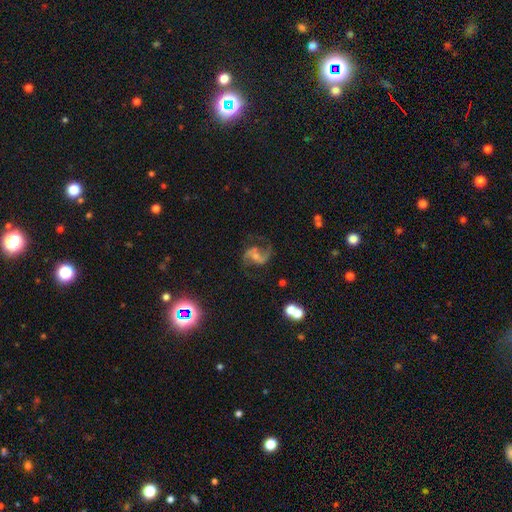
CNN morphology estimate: featured or disk 85%, star or artifact 8%, smooth 7%. Down the decision tree: edge-on disk — no (98%); bar — weak (41%); spiral arms — yes (95%); spiral arm count — 2 (92%); spiral winding — loose (52%); bulge size — small (50%); merging — none (69%).